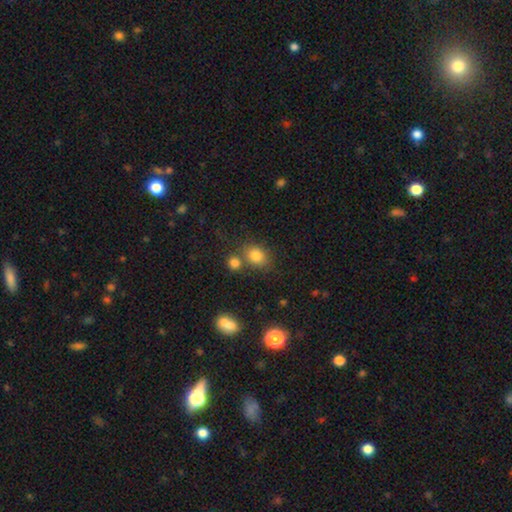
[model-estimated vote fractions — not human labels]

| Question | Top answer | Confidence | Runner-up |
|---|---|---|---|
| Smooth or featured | smooth | 80% | star or artifact (12%) |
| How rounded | round | 52% | in between (46%) |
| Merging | none | 61% | merger (22%) |